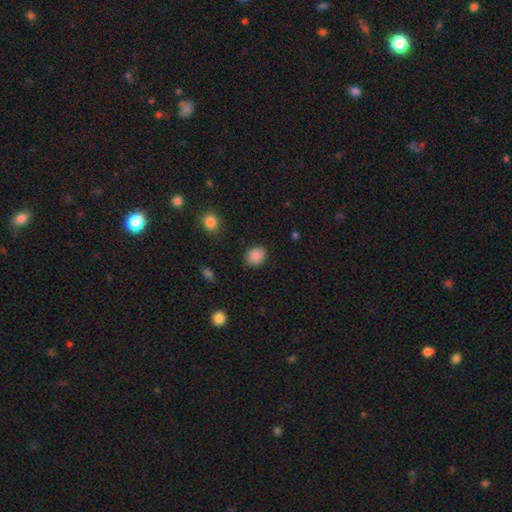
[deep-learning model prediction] Smooth or featured: smooth — 88% (star or artifact — 9%)
How rounded: round — 54% (in between — 45%)
Merging: none — 87% (minor disturbance — 9%)